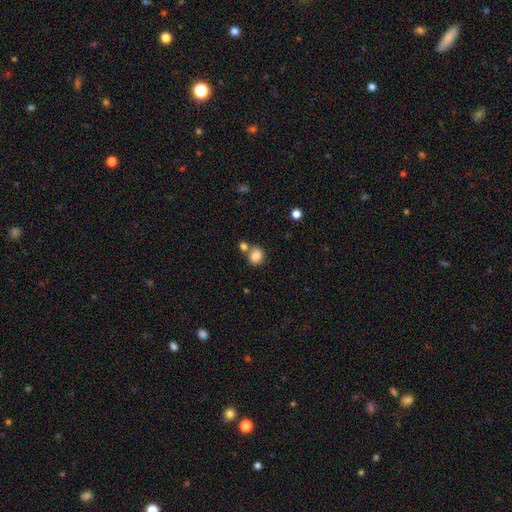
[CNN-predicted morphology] A smooth galaxy with no disk features (82%) that is round (75%).

Vote fractions:
- Smooth or featured? smooth: 82% / star or artifact: 10% / featured or disk: 8%
- How rounded? round: 75% / in between: 24% / cigar-shaped: 1%
- Merging? none: 58% / merger: 27% / minor disturbance: 12% / major disturbance: 4%